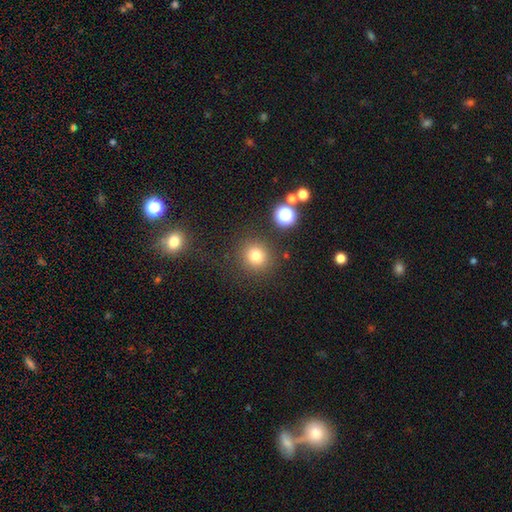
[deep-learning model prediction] smooth 78%, star or artifact 15%, featured or disk 7%. Down the decision tree: how rounded — round (92%); merging — none (86%).